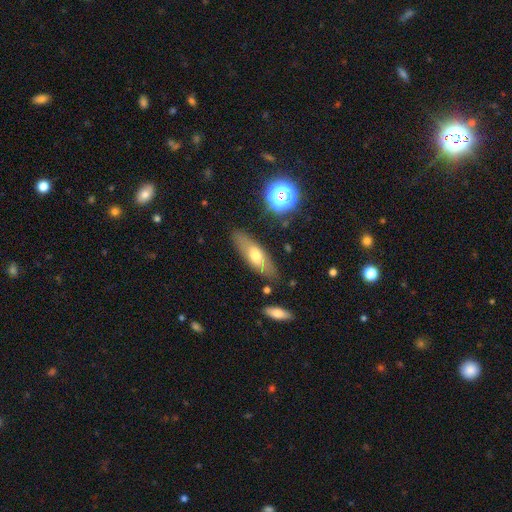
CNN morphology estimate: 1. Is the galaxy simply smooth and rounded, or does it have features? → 56% smooth, 36% featured or disk, 8% star or artifact.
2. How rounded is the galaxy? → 53% in between, 44% cigar-shaped, 3% round.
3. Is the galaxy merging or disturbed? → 80% none, 14% minor disturbance, 3% major disturbance, 3% merger.